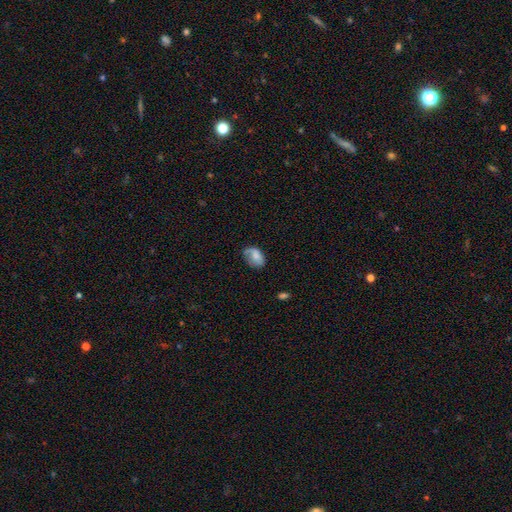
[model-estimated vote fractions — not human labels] Smooth or featured? smooth (67%)
How rounded? in between (83%)
Merging? none (45%)